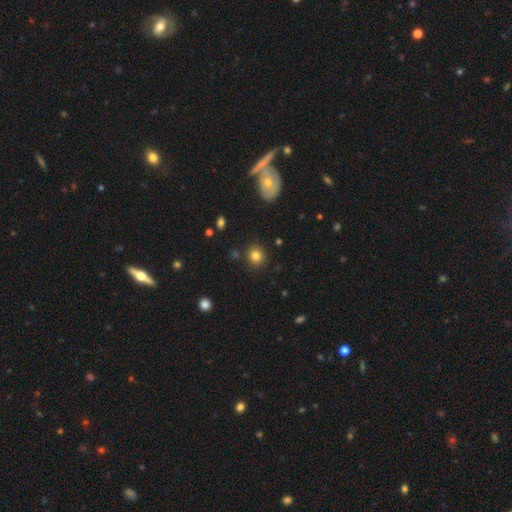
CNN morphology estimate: Q: Smooth or featured?
A: smooth (81%); runner-up: star or artifact (12%)
Q: How rounded?
A: round (86%); runner-up: in between (13%)
Q: Merging?
A: none (87%); runner-up: minor disturbance (8%)